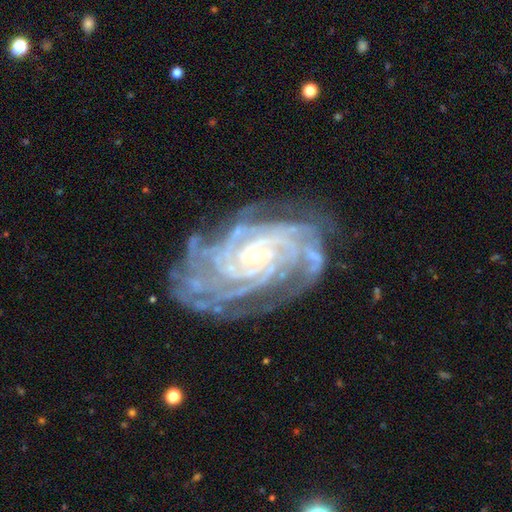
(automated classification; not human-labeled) featured or disk 92%, star or artifact 5%, smooth 3%. Down the decision tree: edge-on disk — no (98%); bar — no (67%); spiral arms — yes (99%); spiral arm count — 4 (28%); spiral winding — tight (82%); bulge size — small (84%); merging — none (73%).